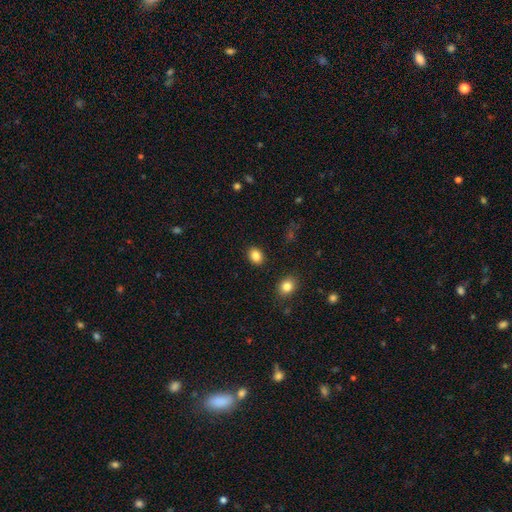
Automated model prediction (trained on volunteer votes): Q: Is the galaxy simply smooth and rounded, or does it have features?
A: smooth — 86%.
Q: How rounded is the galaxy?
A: in between — 54%.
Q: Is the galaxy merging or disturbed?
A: none — 89%.